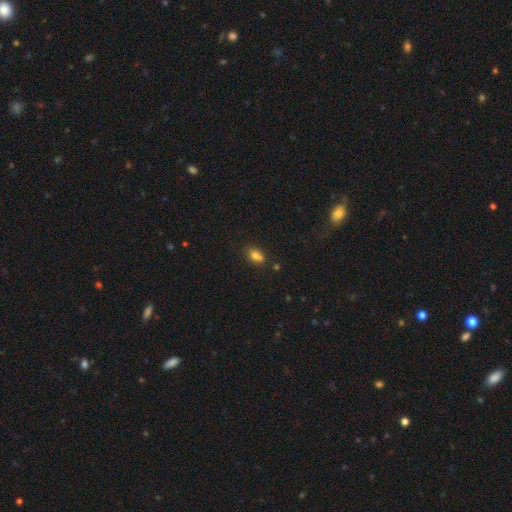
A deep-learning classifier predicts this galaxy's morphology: smooth 72%, featured or disk 15%, star or artifact 13%. Down the decision tree: how rounded — in between (67%); merging — none (48%).